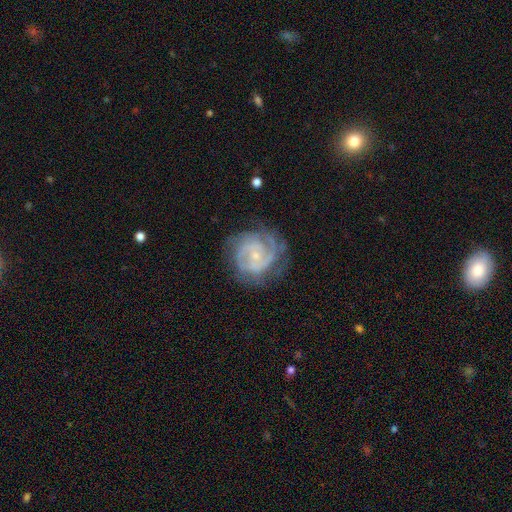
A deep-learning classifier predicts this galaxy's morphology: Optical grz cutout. It shows a featured or disk galaxy (85%) with no bar (65%), 2 (35%) tight (61%) spiral arms (96%) and a small central bulge (74%). Merging: none (70%).